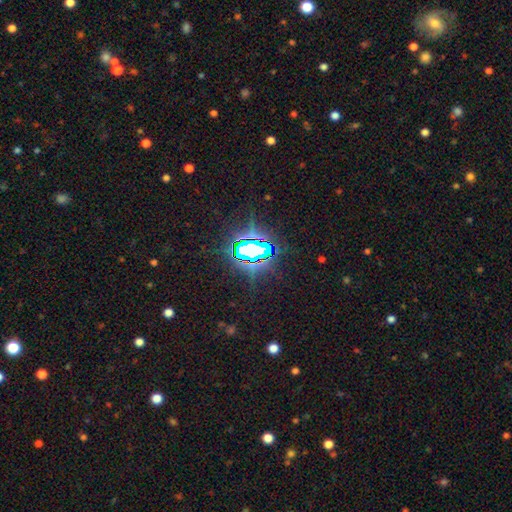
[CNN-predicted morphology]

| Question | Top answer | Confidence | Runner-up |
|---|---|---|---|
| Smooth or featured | star or artifact | 77% | smooth (12%) |